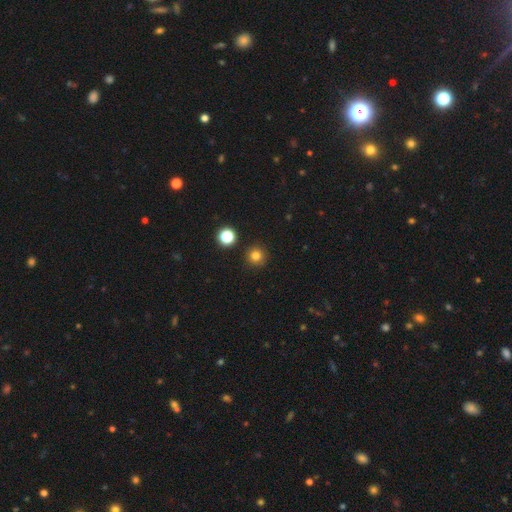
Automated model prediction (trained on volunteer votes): This is likely a smooth galaxy (79%). How rounded: clearly round (95%). Merging: clearly none (90%).